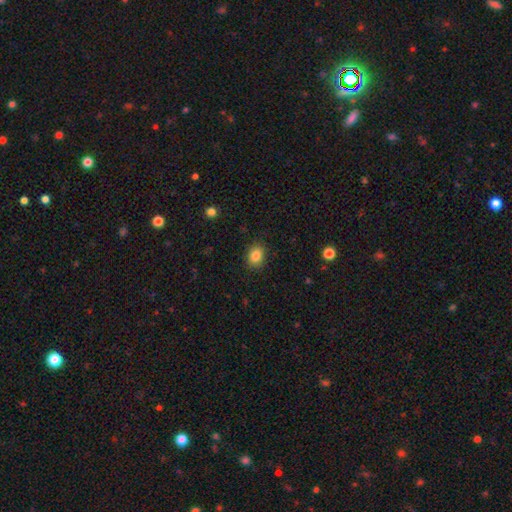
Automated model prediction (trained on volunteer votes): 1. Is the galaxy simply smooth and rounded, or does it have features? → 85% smooth, 10% star or artifact, 5% featured or disk.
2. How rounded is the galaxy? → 57% in between, 42% round, 1% cigar-shaped.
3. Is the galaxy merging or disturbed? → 87% none, 10% minor disturbance, 3% major disturbance, 1% merger.